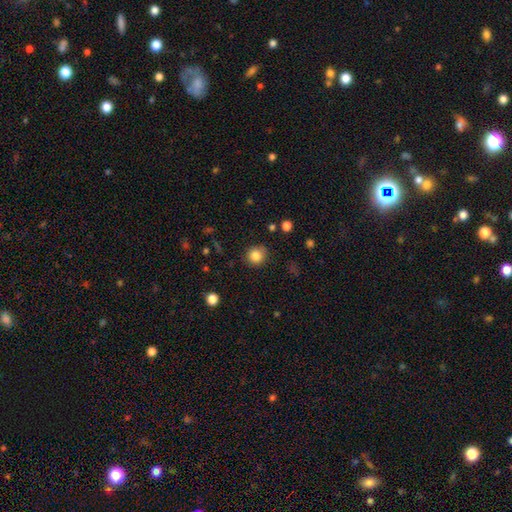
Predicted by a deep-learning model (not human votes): A smooth galaxy with no disk features (84%) that is round (88%).

Vote fractions:
- Smooth or featured? smooth: 84% / star or artifact: 11% / featured or disk: 6%
- How rounded? round: 88% / in between: 11% / cigar-shaped: 1%
- Merging? none: 82% / minor disturbance: 13% / major disturbance: 3% / merger: 2%